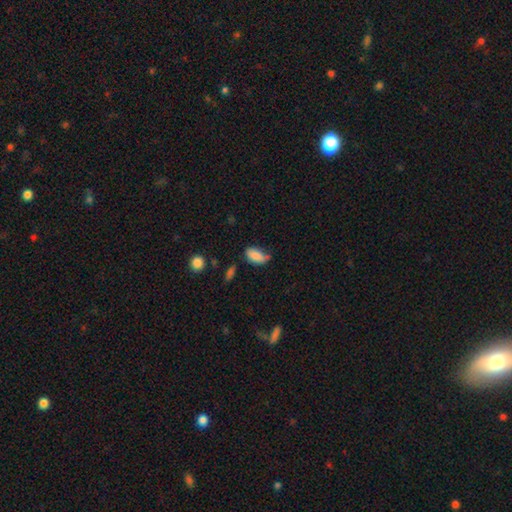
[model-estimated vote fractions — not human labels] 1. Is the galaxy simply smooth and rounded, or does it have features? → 82% smooth, 10% featured or disk, 8% star or artifact.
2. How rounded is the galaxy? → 92% in between, 4% cigar-shaped, 4% round.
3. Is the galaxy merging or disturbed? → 45% none, 39% minor disturbance, 11% major disturbance, 5% merger.